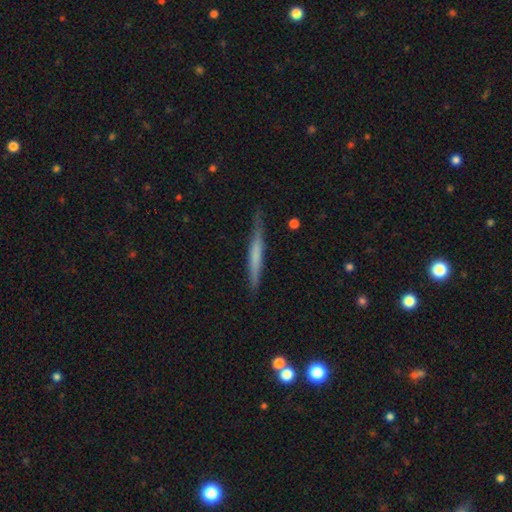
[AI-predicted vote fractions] A smooth galaxy with no disk features (54%) that is cigar-shaped (96%).

Vote fractions:
- Smooth or featured? smooth: 54% / featured or disk: 40% / star or artifact: 6%
- How rounded? cigar-shaped: 96% / in between: 3% / round: 1%
- Merging? none: 80% / minor disturbance: 15% / major disturbance: 3% / merger: 2%